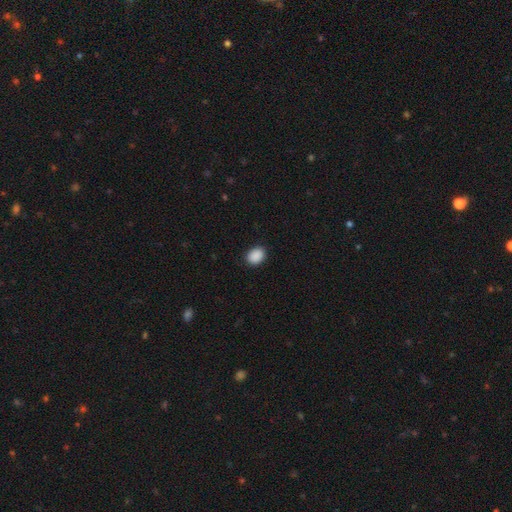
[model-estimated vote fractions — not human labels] Smooth or featured?
  - smooth: 90% *
  - star or artifact: 8%
  - featured or disk: 2%
How rounded?
  - in between: 62% *
  - round: 37%
  - cigar-shaped: 1%
Merging?
  - none: 88% *
  - minor disturbance: 9%
  - major disturbance: 2%
  - merger: 1%